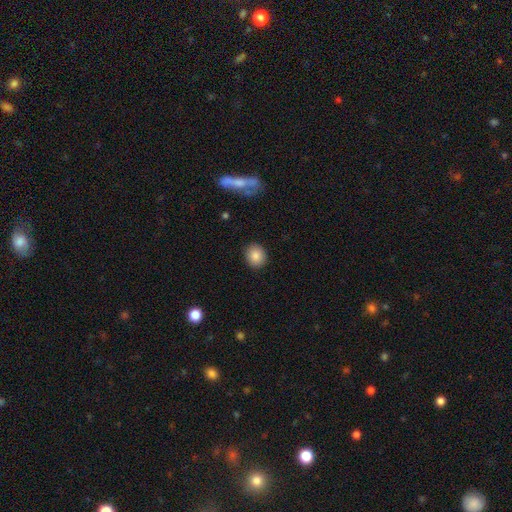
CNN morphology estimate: A smooth galaxy with no disk features (86%) that is round (70%). Merging: none (89%).